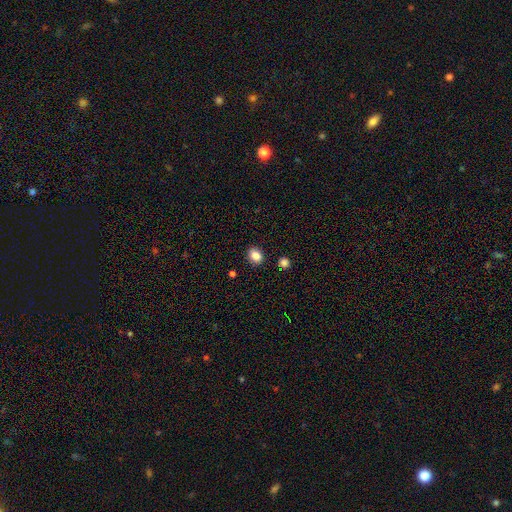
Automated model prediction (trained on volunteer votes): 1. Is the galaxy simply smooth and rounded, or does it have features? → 85% smooth, 10% star or artifact, 5% featured or disk.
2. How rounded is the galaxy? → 54% in between, 45% round, 1% cigar-shaped.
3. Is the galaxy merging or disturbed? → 88% none, 7% minor disturbance, 2% merger, 2% major disturbance.